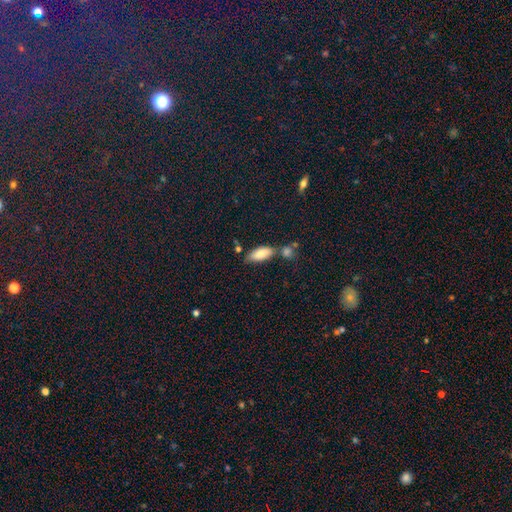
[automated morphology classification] Smooth or featured: smooth — 55% (star or artifact — 28%)
How rounded: in between — 64% (cigar-shaped — 26%)
Merging: none — 68% (minor disturbance — 14%)